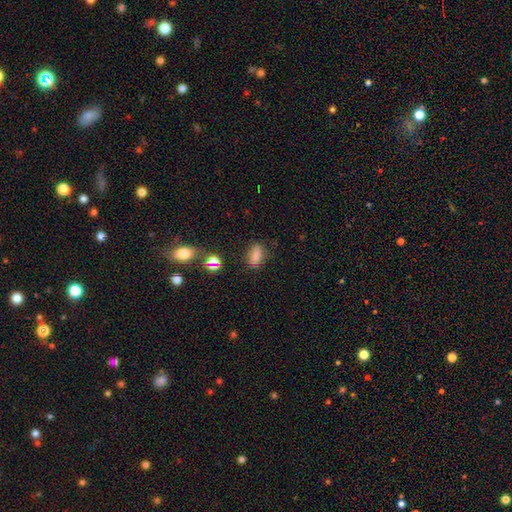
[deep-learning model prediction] This appears to be a smooth galaxy with no disk features (76%) that is in between round and cigar-shaped (79%). Merging: none (79%).